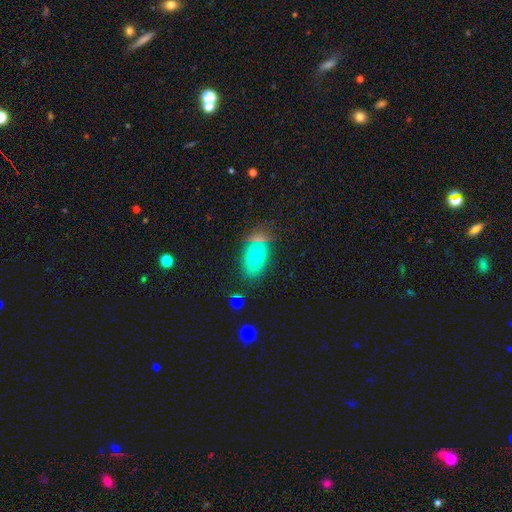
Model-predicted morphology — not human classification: A smooth galaxy with no disk features (73%) that is in between round and cigar-shaped (88%). Merging: none (71%).